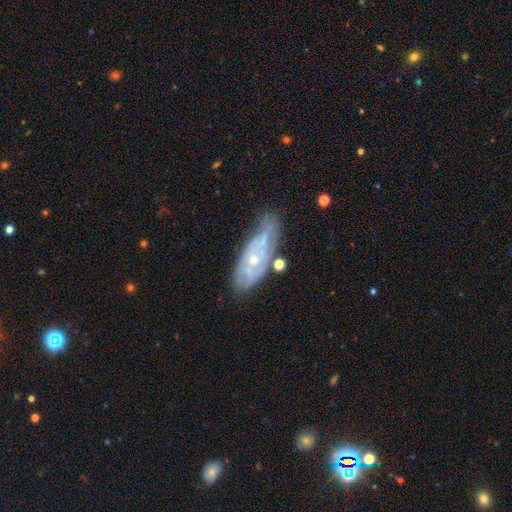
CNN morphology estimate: Smooth or featured? featured or disk (69%)
Edge-on disk? no (83%)
Bar? no (74%)
Spiral arms? yes (79%)
Bulge size? small (70%)
Merging? none (60%)